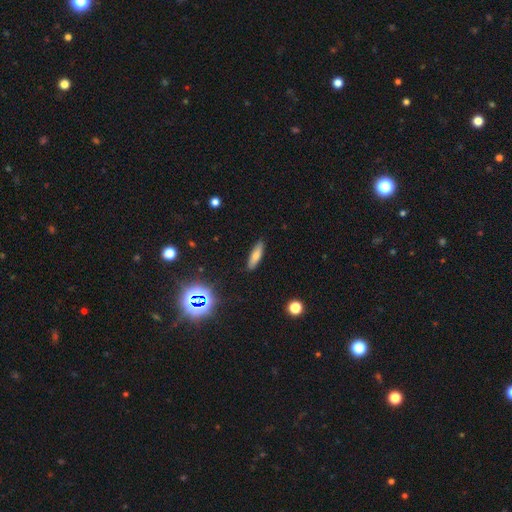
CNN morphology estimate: Smooth or featured? smooth (67%)
How rounded? cigar-shaped (61%)
Merging? none (88%)